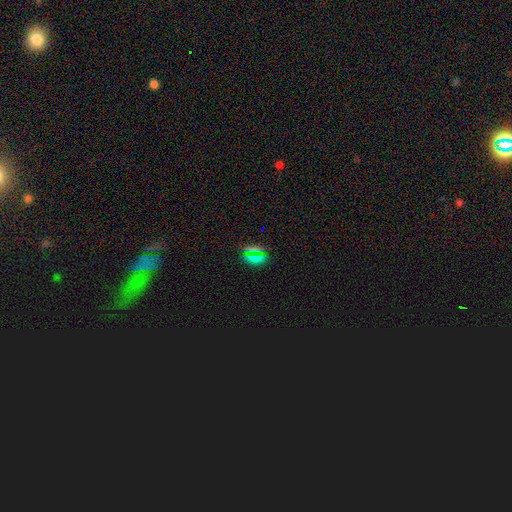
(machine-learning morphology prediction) smooth 63%, star or artifact 28%, featured or disk 9%. Down the decision tree: how rounded — in between (57%); merging — none (75%).